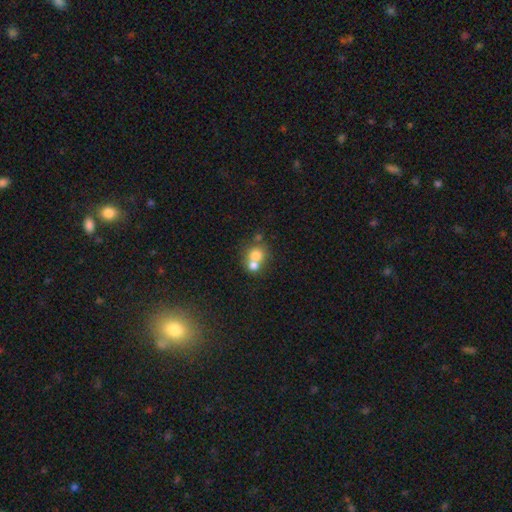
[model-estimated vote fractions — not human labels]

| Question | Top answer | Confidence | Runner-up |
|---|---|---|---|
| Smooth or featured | smooth | 70% | featured or disk (19%) |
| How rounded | round | 78% | in between (21%) |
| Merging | merger | 60% | none (30%) |